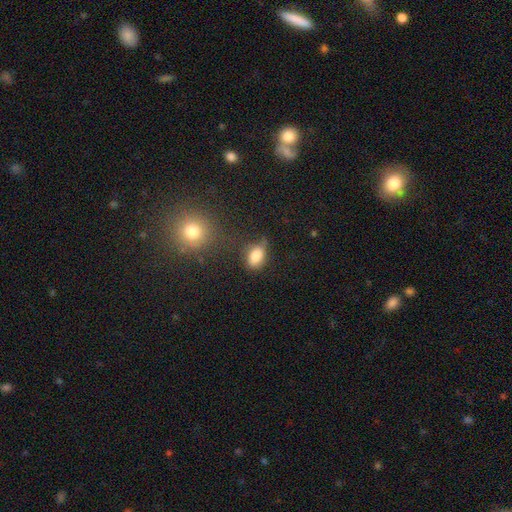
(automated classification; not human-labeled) This is clearly a smooth galaxy (82%). How rounded: clearly in between (83%). Merging: possibly none (49%).